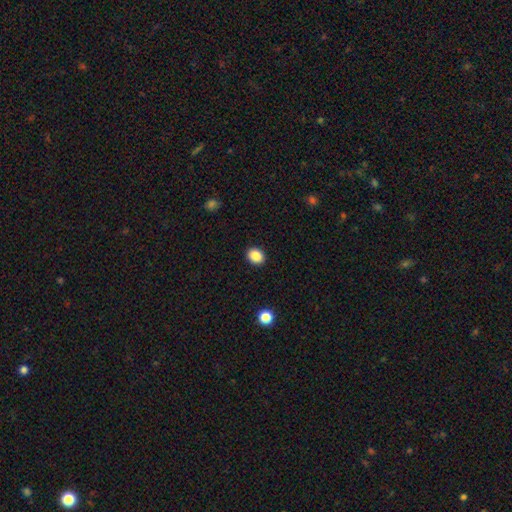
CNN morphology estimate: This is clearly a smooth galaxy (87%). How rounded: possibly round (53%). Merging: clearly none (91%).